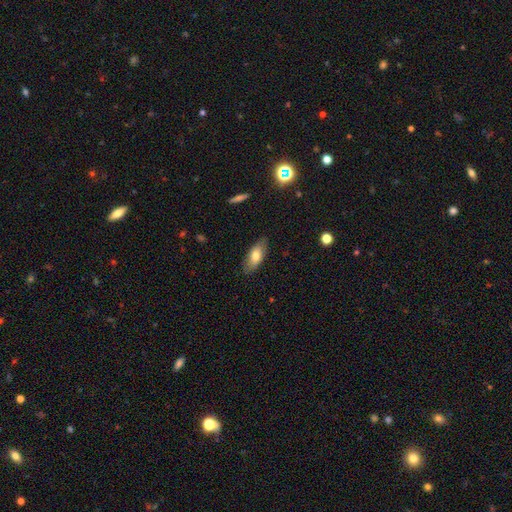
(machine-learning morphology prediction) Smooth or featured? Predicted: smooth (p=0.73). How rounded? Predicted: in between (p=0.82). Merging? Predicted: none (p=0.84).